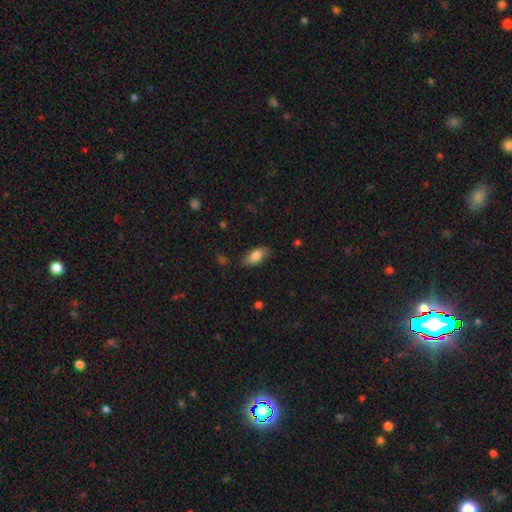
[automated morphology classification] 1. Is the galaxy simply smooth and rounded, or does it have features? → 83% smooth, 10% featured or disk, 7% star or artifact.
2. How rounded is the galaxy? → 88% in between, 8% cigar-shaped, 3% round.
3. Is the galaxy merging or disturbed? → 78% none, 17% minor disturbance, 4% major disturbance, 1% merger.